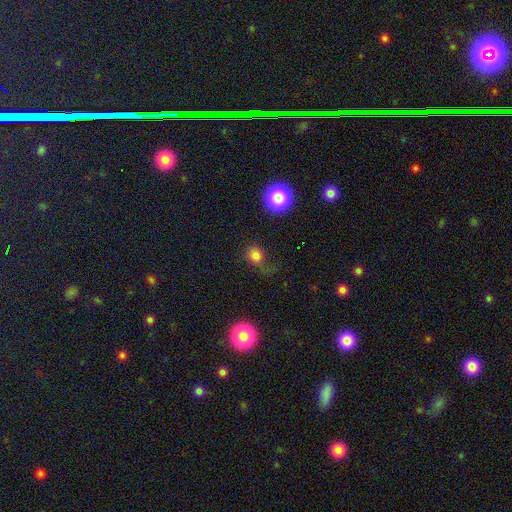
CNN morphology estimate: The model was most divided on "merging": none: 46%, major disturbance: 26%, minor disturbance: 23%, merger: 5%. More confident: smooth or featured — smooth (75%); how rounded — round (75%).